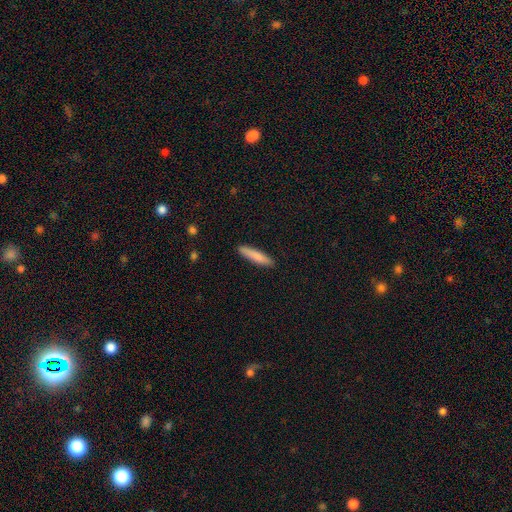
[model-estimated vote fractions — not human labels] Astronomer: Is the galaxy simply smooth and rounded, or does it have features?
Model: smooth — 83%.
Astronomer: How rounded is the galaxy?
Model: cigar-shaped — 88%.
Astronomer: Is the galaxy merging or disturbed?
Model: none — 90%.